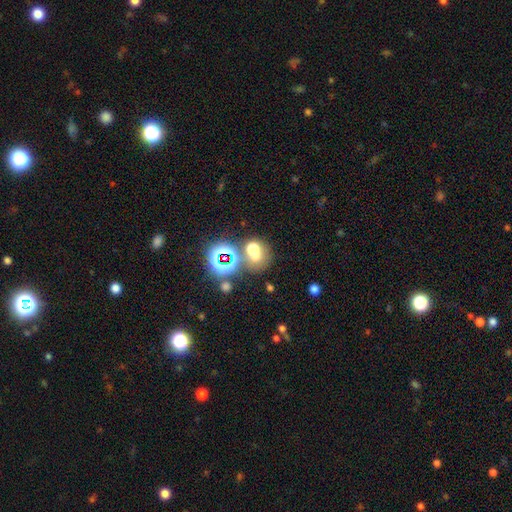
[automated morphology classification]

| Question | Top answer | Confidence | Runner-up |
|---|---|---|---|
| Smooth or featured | smooth | 50% | star or artifact (35%) |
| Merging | none | 47% | merger (34%) |